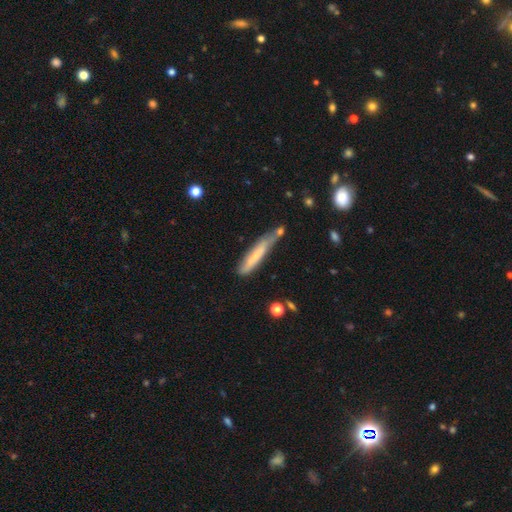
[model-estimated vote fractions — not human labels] smooth_or_featured: smooth (p=0.61) [alt: featured or disk p=0.32]
how_rounded: cigar-shaped (p=0.90) [alt: in between p=0.09]
merging: none (p=0.50) [alt: minor disturbance p=0.30]